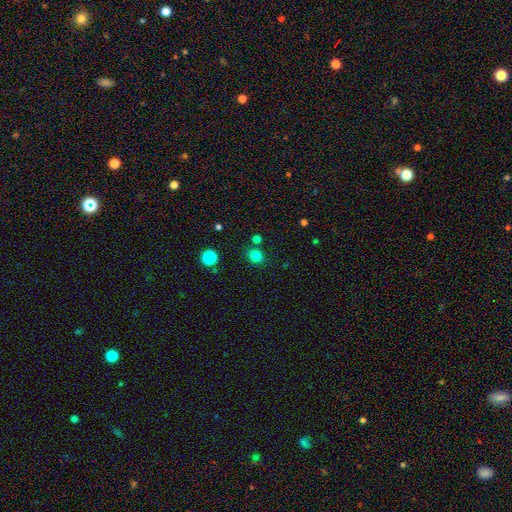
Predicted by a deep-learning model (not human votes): Smooth or featured?
  - smooth: 81% *
  - star or artifact: 15%
  - featured or disk: 4%
How rounded?
  - round: 81% *
  - in between: 18%
  - cigar-shaped: 1%
Merging?
  - none: 80% *
  - minor disturbance: 10%
  - merger: 7%
  - major disturbance: 3%